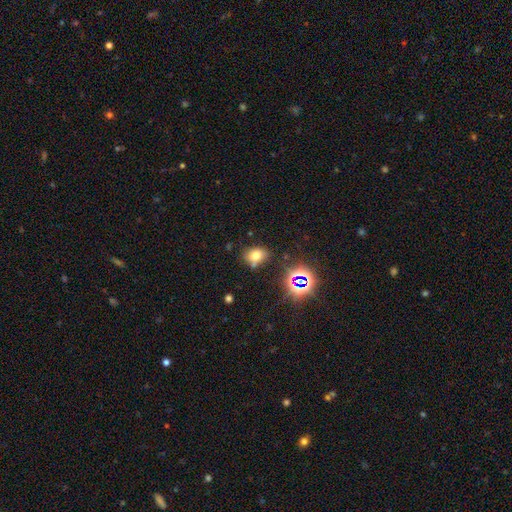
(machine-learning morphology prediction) This is likely a smooth galaxy (68%). How rounded: likely in between (63%). Merging: likely none (70%).